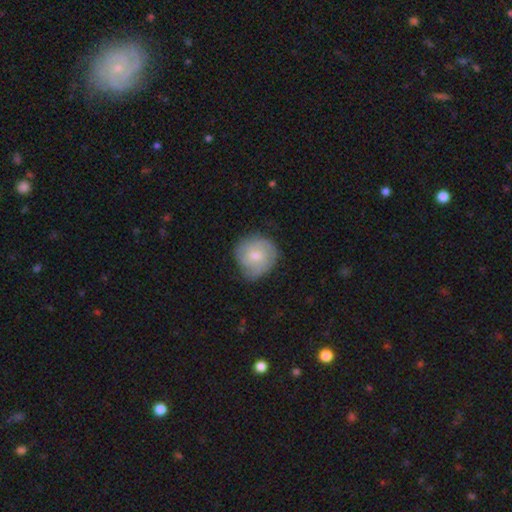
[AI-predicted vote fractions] featured or disk 51%, smooth 43%, star or artifact 7%. Down the decision tree: edge-on disk — no (97%); merging — none (70%).